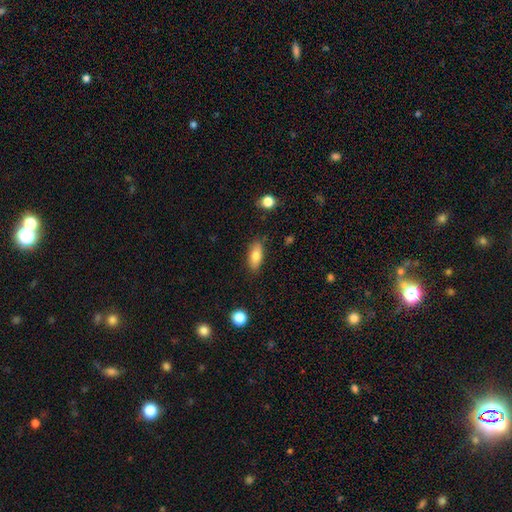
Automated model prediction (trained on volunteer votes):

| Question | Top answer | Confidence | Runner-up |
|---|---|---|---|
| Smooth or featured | smooth | 82% | featured or disk (11%) |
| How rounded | in between | 82% | cigar-shaped (14%) |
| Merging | none | 83% | minor disturbance (12%) |